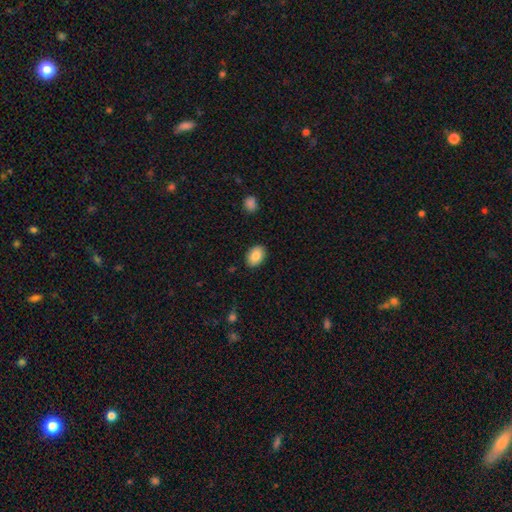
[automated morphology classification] Q: Smooth or featured?
A: smooth (85%); runner-up: featured or disk (7%)
Q: How rounded?
A: in between (82%); runner-up: round (17%)
Q: Merging?
A: none (88%); runner-up: minor disturbance (9%)